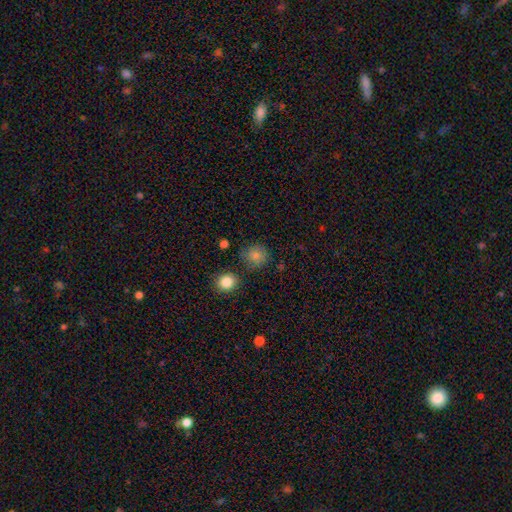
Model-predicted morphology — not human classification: Overall: smooth (82%). How rounded: round (87%). Merging: none (78%).